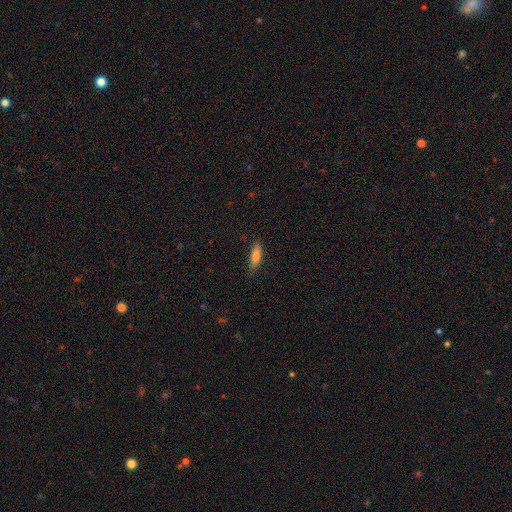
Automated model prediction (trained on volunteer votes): Overall: smooth (79%). How rounded: in between (50%; cigar-shaped 48%). Merging: none (79%).